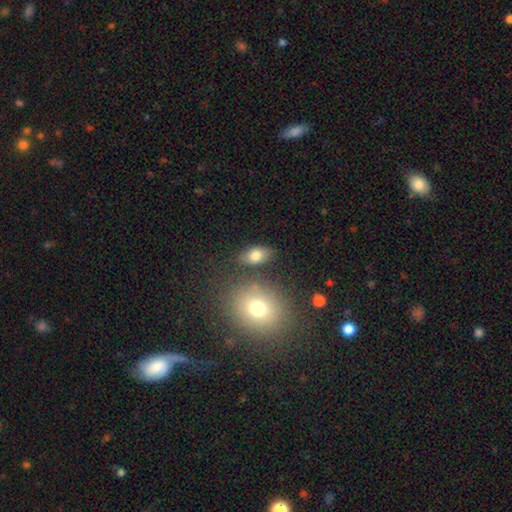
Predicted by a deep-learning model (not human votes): This is likely a smooth galaxy (79%). How rounded: clearly in between (87%). Merging: likely none (77%).